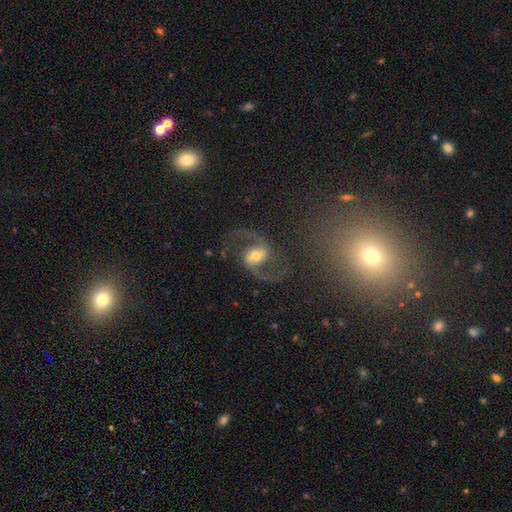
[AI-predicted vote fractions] A featured or disk galaxy (89%) with a weak bar (41%), 2 (95%) loose (52%) spiral arms (97%) and a moderate central bulge (64%). Merging: none (78%).